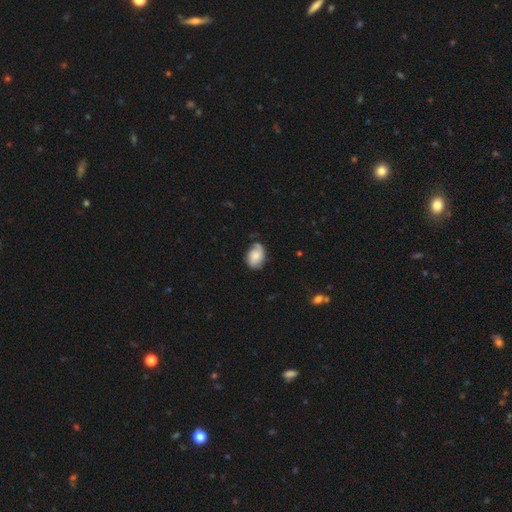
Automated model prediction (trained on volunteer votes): This appears to be a smooth galaxy with no disk features (62%) that is in between round and cigar-shaped (80%). Merging: none (57%).